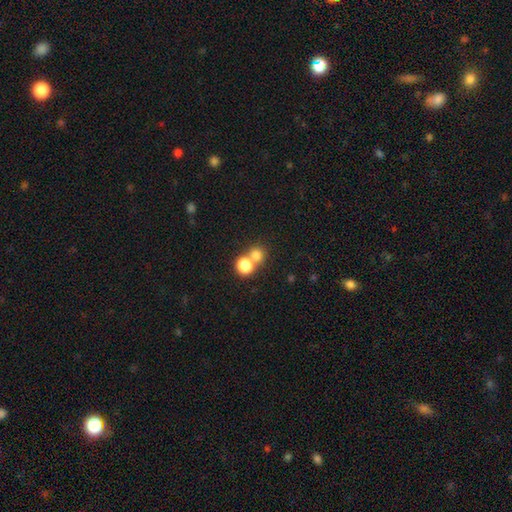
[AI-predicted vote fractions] Smooth or featured? smooth (77%)
How rounded? round (85%)
Merging? merger (46%, tied with none)